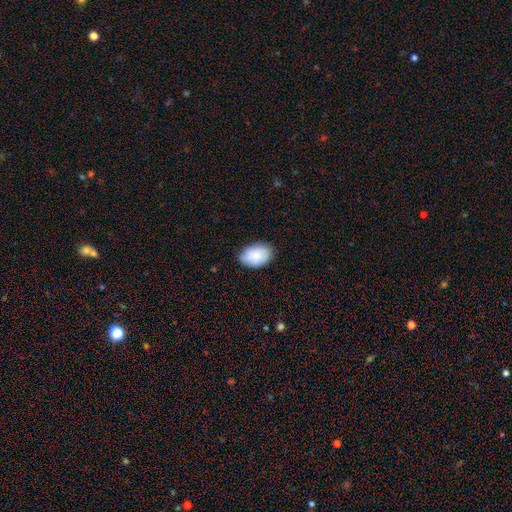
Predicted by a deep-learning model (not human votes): Smooth or featured? Predicted: smooth (p=0.84). How rounded? Predicted: in between (p=0.89). Merging? Predicted: none (p=0.82).